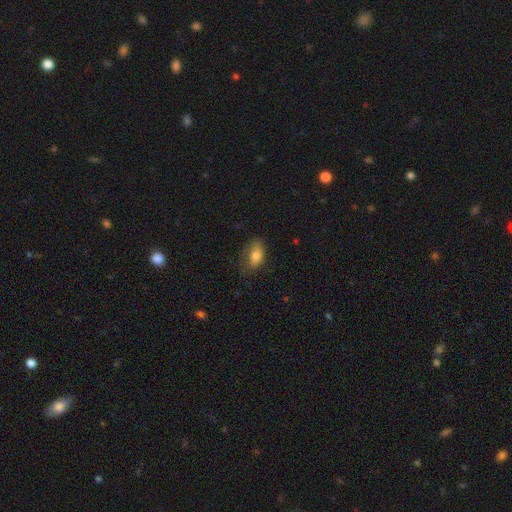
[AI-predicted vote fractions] A smooth galaxy with no disk features (79%) that is in between round and cigar-shaped (88%).

Vote fractions:
- Smooth or featured? smooth: 79% / featured or disk: 13% / star or artifact: 8%
- How rounded? in between: 88% / round: 7% / cigar-shaped: 5%
- Merging? none: 62% / minor disturbance: 27% / major disturbance: 10% / merger: 1%